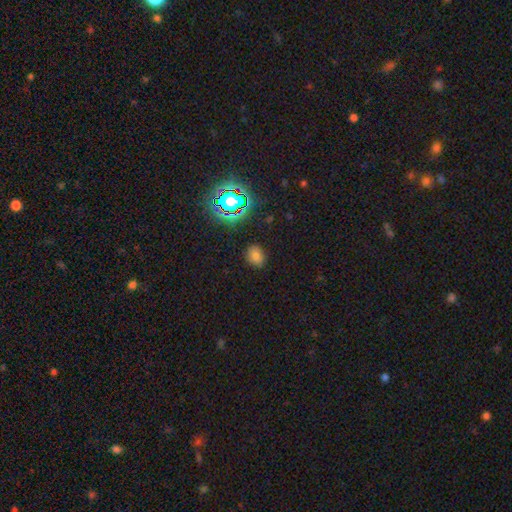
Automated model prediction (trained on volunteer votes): This appears to be a smooth galaxy with no disk features (71%) that is round (49%, tied with in between). Merging: none (84%).